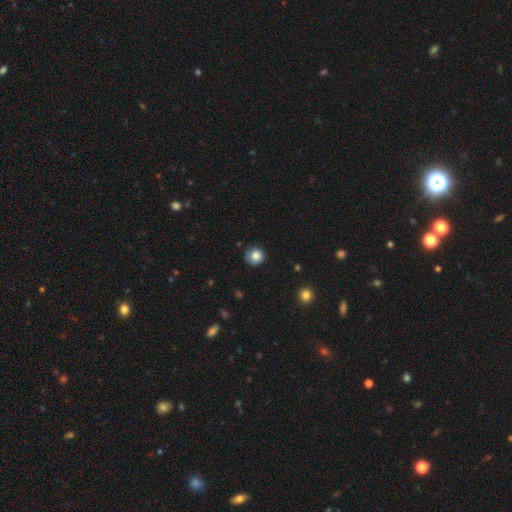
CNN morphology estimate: Overall: smooth (83%). How rounded: round (93%). Merging: none (83%).